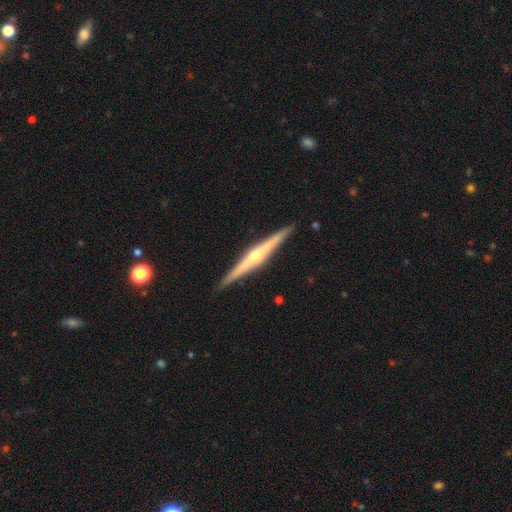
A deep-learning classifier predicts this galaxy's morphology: Smooth or featured? featured or disk (84%)
Edge-on disk? yes (98%)
Edge-on bulge? rounded (89%)
Merging? none (91%)